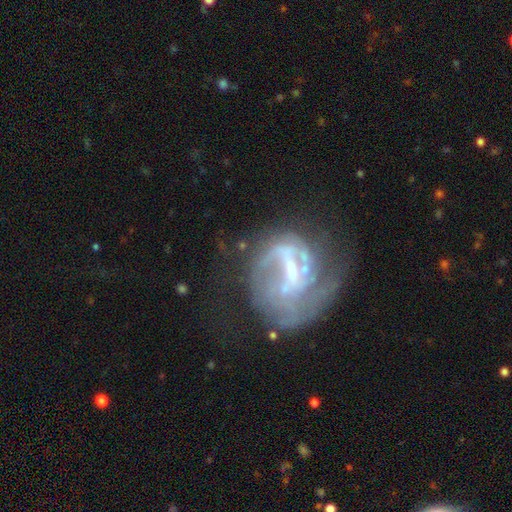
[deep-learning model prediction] A featured or disk galaxy (76%) with a weak bar (45%), 2 (50%) medium (39%) spiral arms (81%) and a small central bulge (57%).

Vote fractions:
- Smooth or featured? featured or disk: 76% / smooth: 12% / star or artifact: 12%
- Edge-on disk? no: 96% / yes: 4%
- Bar? weak: 45% / strong: 33% / no: 23%
- Spiral arms? yes: 81% / no: 19%
- Spiral winding? medium: 39% / tight: 38% / loose: 23%
- Spiral arm count? 2: 50% / can't tell: 26% / 1: 11% / 3: 7% / 4: 3% / more than 4: 3%
- Bulge size? small: 57% / moderate: 27% / none: 12% / large: 3% / dominant: 1%
- Merging? none: 57% / major disturbance: 21% / minor disturbance: 18% / merger: 4%